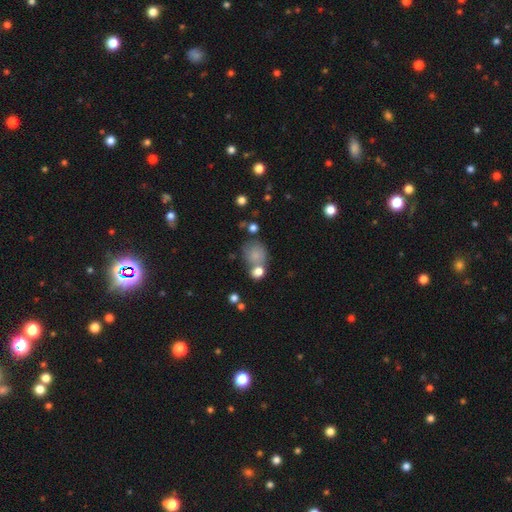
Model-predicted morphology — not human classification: Smooth or featured?
  - smooth: 77% *
  - featured or disk: 12%
  - star or artifact: 11%
How rounded?
  - round: 68% *
  - in between: 31%
  - cigar-shaped: 1%
Merging?
  - none: 49% *
  - merger: 25%
  - minor disturbance: 18%
  - major disturbance: 8%